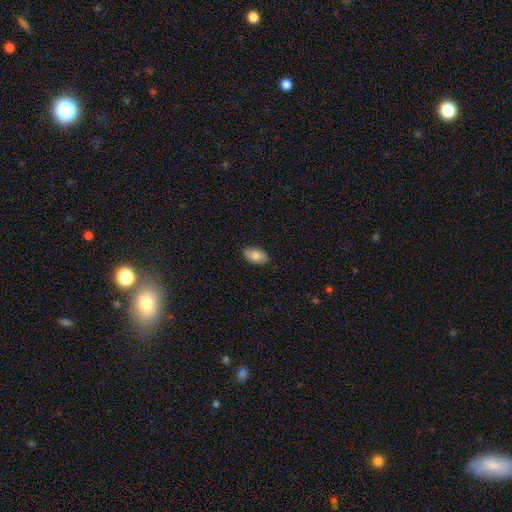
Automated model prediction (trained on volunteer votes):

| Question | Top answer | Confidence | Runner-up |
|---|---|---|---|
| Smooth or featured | smooth | 78% | featured or disk (15%) |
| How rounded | in between | 94% | round (4%) |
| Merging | none | 85% | minor disturbance (12%) |